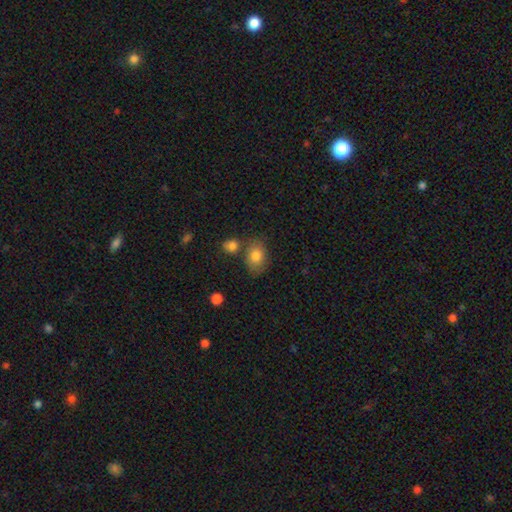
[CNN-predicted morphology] smooth-or-featured: smooth: 82% | featured or disk: 10% | star or artifact: 8%
  how-rounded: in between: 69% | round: 30% | cigar-shaped: 1%
  merging: none: 67% | minor disturbance: 15% | merger: 13% | major disturbance: 4%